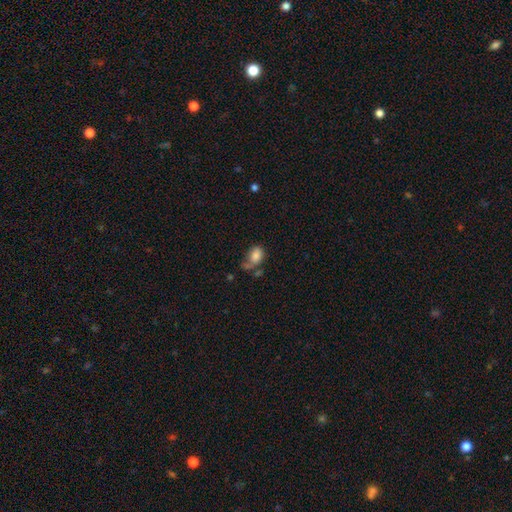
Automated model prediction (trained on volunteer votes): smooth-or-featured: smooth: 79% | featured or disk: 12% | star or artifact: 9%
  how-rounded: in between: 78% | round: 20% | cigar-shaped: 1%
  merging: none: 38% | minor disturbance: 26% | major disturbance: 19% | merger: 17%